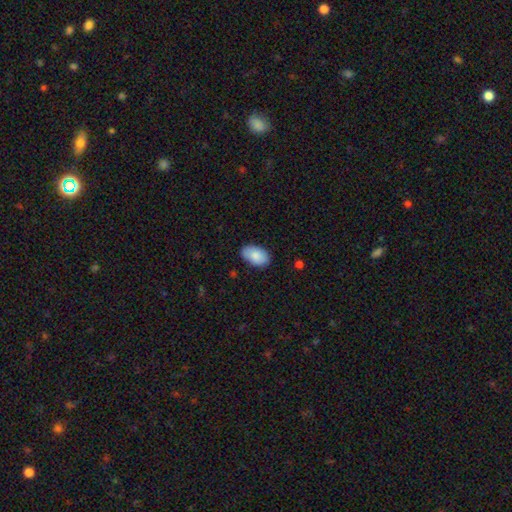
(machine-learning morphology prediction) Smooth or featured? Predicted: smooth (p=0.86). How rounded? Predicted: in between (p=0.94). Merging? Predicted: none (p=0.82).